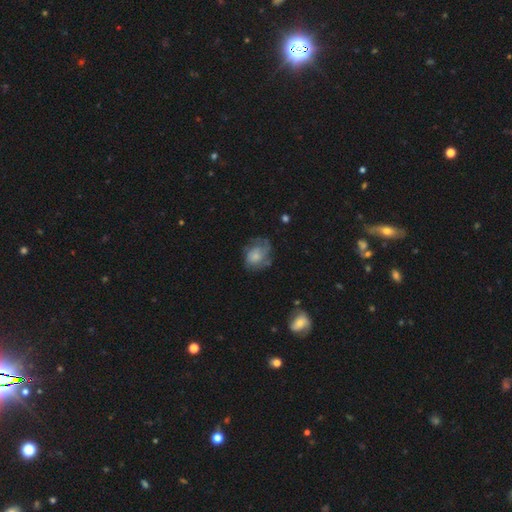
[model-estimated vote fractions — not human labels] Overall: featured or disk (47%; smooth 45%). Merging: none (47%; minor disturbance 27%).